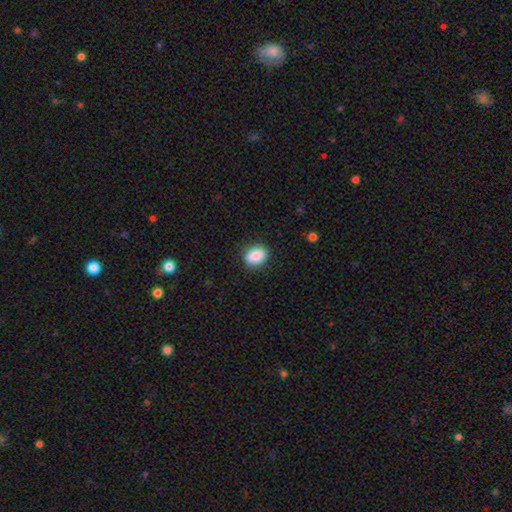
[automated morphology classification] This appears to be a smooth galaxy with no disk features (88%) that is in between round and cigar-shaped (66%). Merging: none (86%).